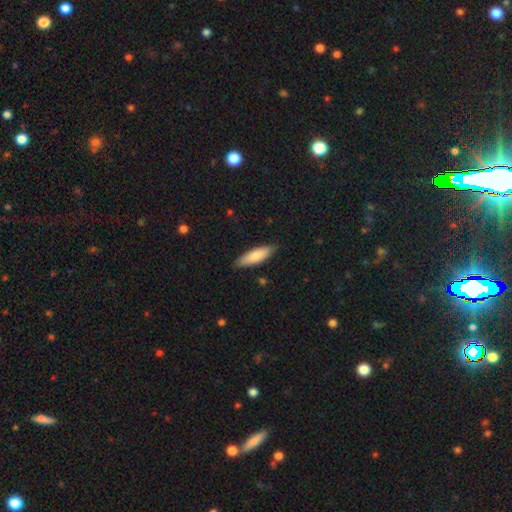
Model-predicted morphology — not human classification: The model was most divided on "how rounded": cigar-shaped: 52%, in between: 46%, round: 1%. More confident: merging — none (84%); smooth or featured — smooth (81%).